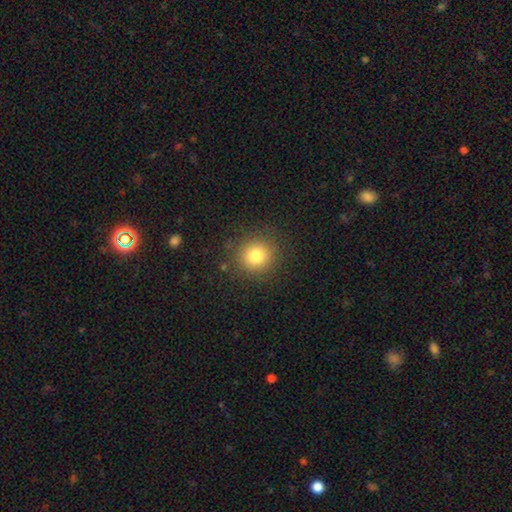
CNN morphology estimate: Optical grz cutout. It shows a smooth galaxy with no disk features (80%) that is round (91%). Merging: none (88%).